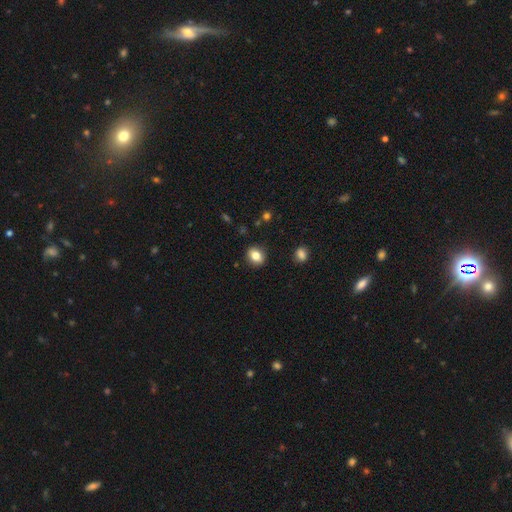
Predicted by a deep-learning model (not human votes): smooth-or-featured: smooth: 82% | star or artifact: 10% | featured or disk: 8%
  how-rounded: round: 59% | in between: 39% | cigar-shaped: 1%
  merging: none: 89% | minor disturbance: 8% | major disturbance: 2% | merger: 1%